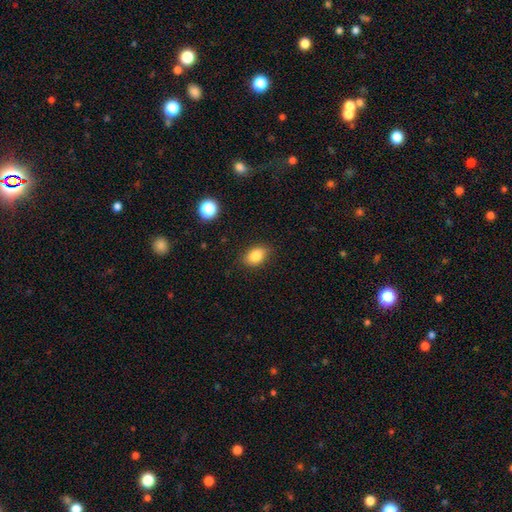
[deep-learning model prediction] Overall: smooth (84%). How rounded: in between (82%). Merging: none (85%).